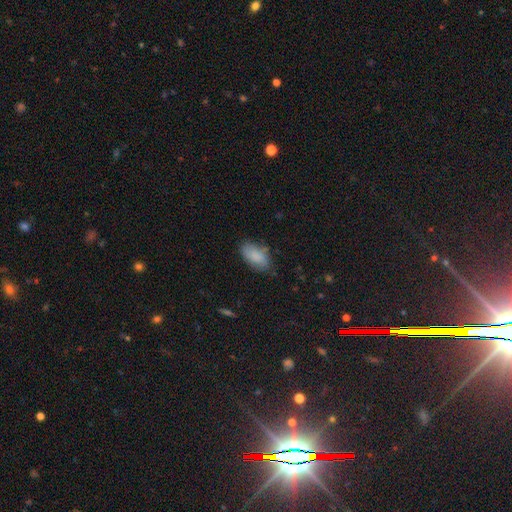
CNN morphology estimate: smooth-or-featured: smooth: 85% | featured or disk: 9% | star or artifact: 6%
  how-rounded: in between: 94% | round: 4% | cigar-shaped: 3%
  merging: none: 74% | minor disturbance: 20% | major disturbance: 4% | merger: 2%